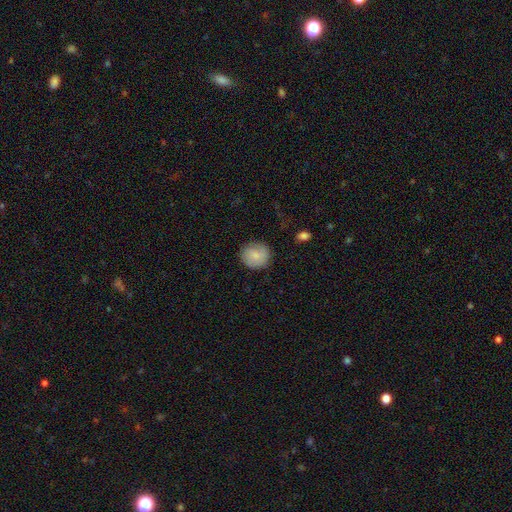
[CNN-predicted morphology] Q: Smooth or featured?
A: smooth (82%); runner-up: featured or disk (11%)
Q: How rounded?
A: round (89%); runner-up: in between (10%)
Q: Merging?
A: none (84%); runner-up: minor disturbance (12%)